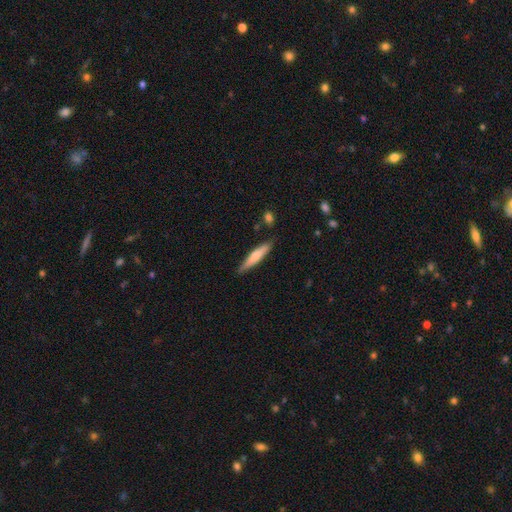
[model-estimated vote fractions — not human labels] Smooth or featured? smooth (65%)
How rounded? cigar-shaped (88%)
Merging? none (84%)